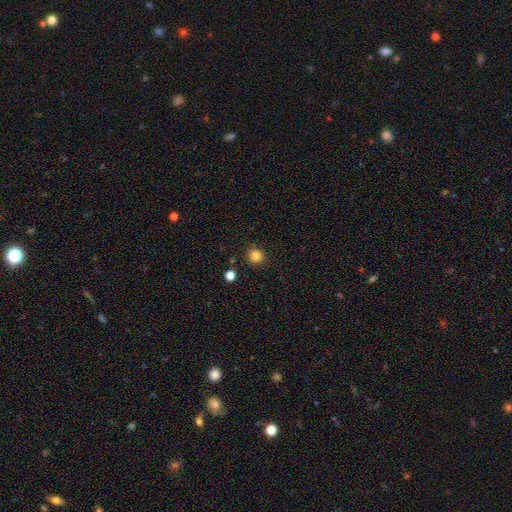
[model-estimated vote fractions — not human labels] Smooth or featured?
  - smooth: 83% *
  - star or artifact: 12%
  - featured or disk: 5%
How rounded?
  - round: 90% *
  - in between: 9%
  - cigar-shaped: 1%
Merging?
  - none: 89% *
  - minor disturbance: 7%
  - merger: 2%
  - major disturbance: 2%